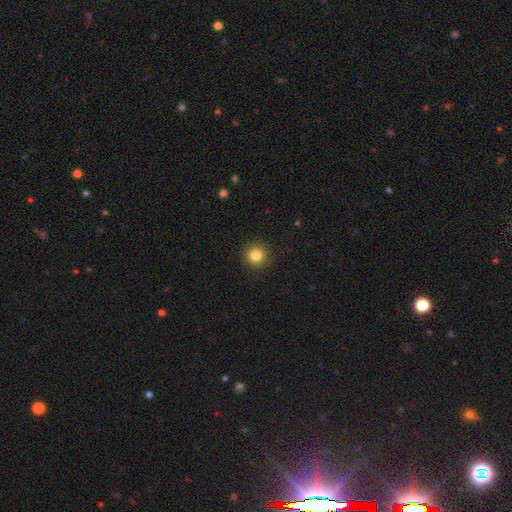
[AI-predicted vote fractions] Morphology: type=smooth (84%); roundness=round (95%); merging=none (92%).